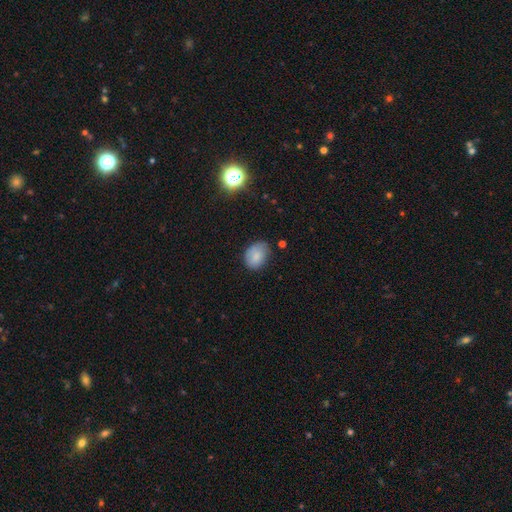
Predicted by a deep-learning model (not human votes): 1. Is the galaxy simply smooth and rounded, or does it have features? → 82% smooth, 9% star or artifact, 9% featured or disk.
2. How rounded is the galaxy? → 74% in between, 25% round, 1% cigar-shaped.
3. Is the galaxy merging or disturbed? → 63% none, 29% minor disturbance, 6% major disturbance, 2% merger.